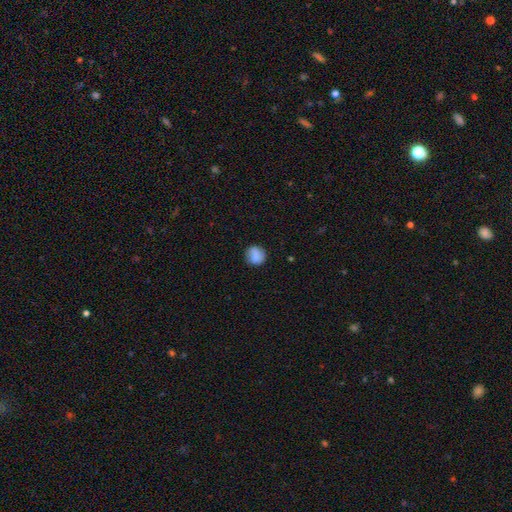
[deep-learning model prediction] Morphology: type=smooth (77%); roundness=round (87%); merging=none (75%).